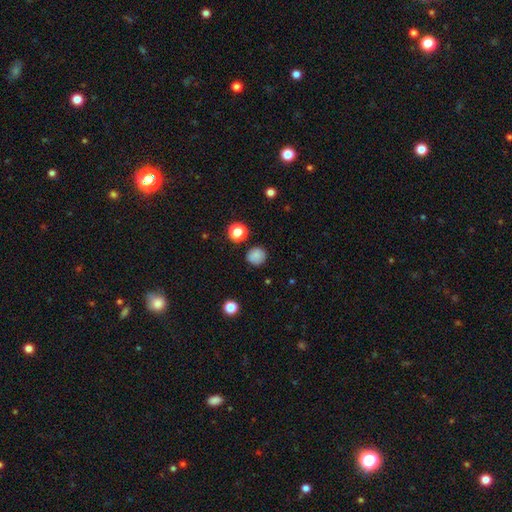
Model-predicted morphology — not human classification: A smooth galaxy with no disk features (84%) that is round (92%). Merging: none (87%).